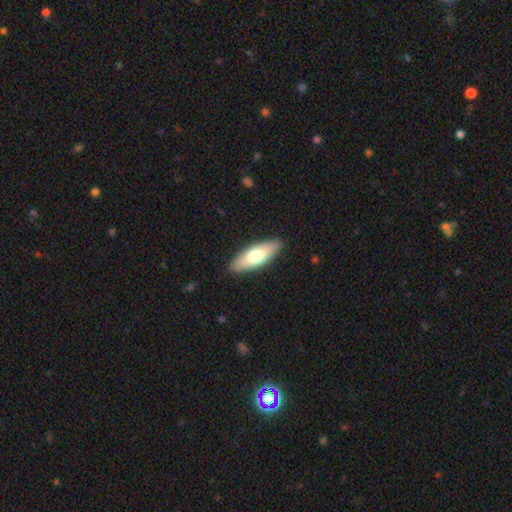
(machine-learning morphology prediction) smooth-or-featured: smooth: 69% | featured or disk: 26% | star or artifact: 5%
  how-rounded: in between: 66% | cigar-shaped: 32% | round: 2%
  merging: none: 89% | minor disturbance: 8% | major disturbance: 2% | merger: 1%